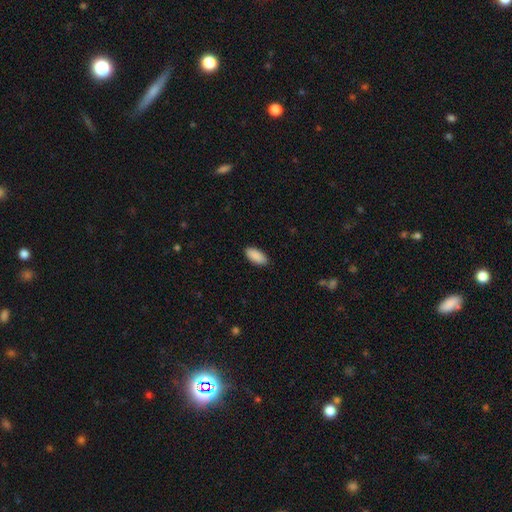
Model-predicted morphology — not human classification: A smooth galaxy with no disk features (91%) that is in between round and cigar-shaped (91%).

Vote fractions:
- Smooth or featured? smooth: 91% / star or artifact: 6% / featured or disk: 3%
- How rounded? in between: 91% / cigar-shaped: 7% / round: 2%
- Merging? none: 89% / minor disturbance: 8% / major disturbance: 2% / merger: 1%